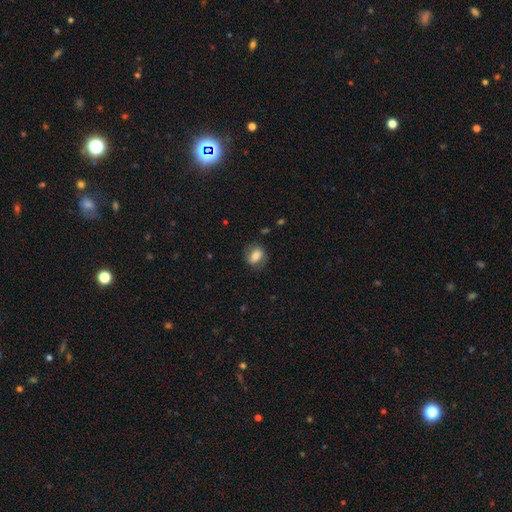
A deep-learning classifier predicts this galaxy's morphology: A smooth galaxy with no disk features (71%) that is in between round and cigar-shaped (59%). Merging: none (75%).